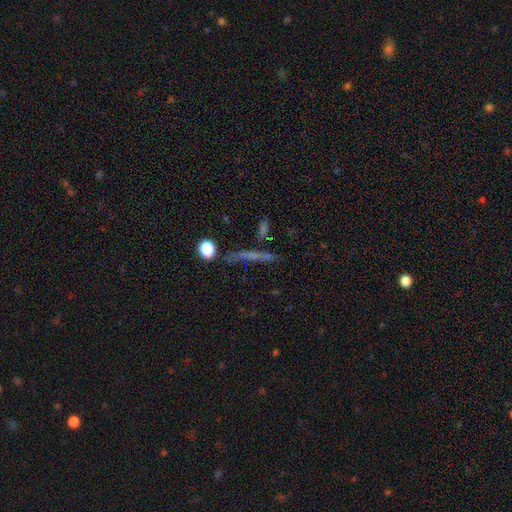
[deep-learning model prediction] The model was most divided on "smooth or featured": smooth: 40%, featured or disk: 32%, star or artifact: 27%. More confident: merging — none (65%).